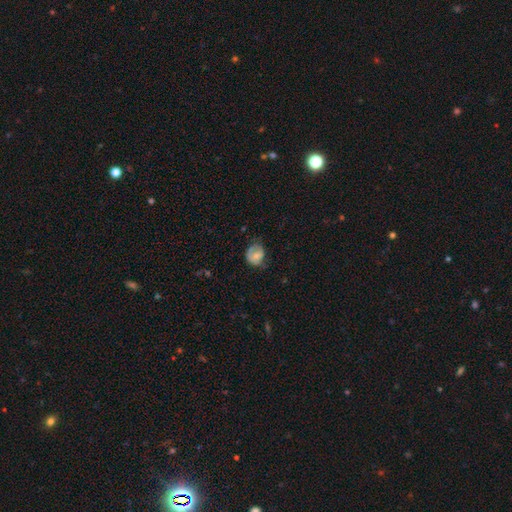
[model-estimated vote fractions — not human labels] Smooth or featured?
  - smooth: 58% *
  - featured or disk: 33%
  - star or artifact: 8%
How rounded?
  - round: 55% *
  - in between: 44%
  - cigar-shaped: 1%
Merging?
  - none: 44% *
  - minor disturbance: 34%
  - major disturbance: 20%
  - merger: 2%